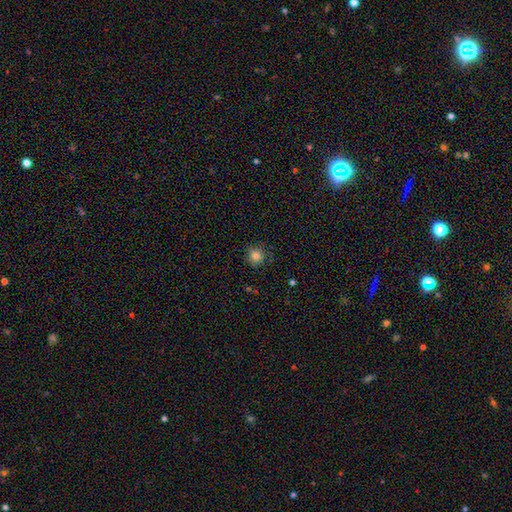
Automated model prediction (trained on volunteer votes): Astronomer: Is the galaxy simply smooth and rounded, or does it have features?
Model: smooth — 83%.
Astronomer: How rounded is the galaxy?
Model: round — 93%.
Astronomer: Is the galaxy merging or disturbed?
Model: none — 87%.